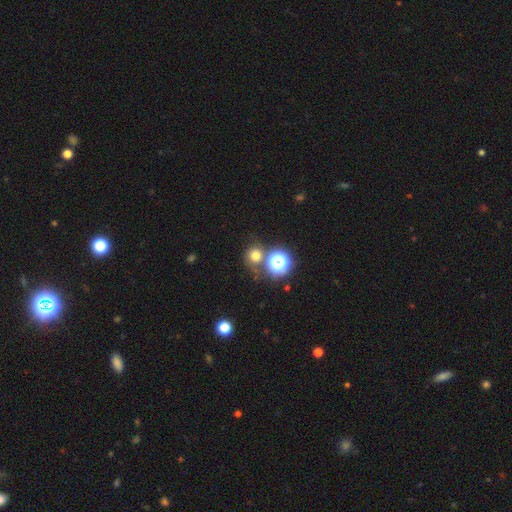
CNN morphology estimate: smooth 68%, star or artifact 24%, featured or disk 8%. Down the decision tree: how rounded — round (88%); merging — none (70%).